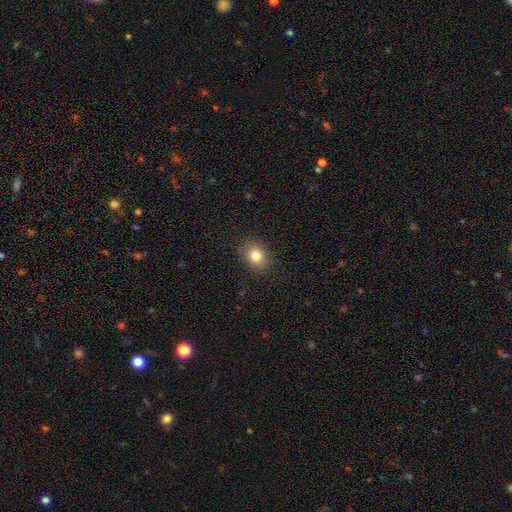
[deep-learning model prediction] This appears to be a smooth galaxy with no disk features (81%) that is in between round and cigar-shaped (50%). Merging: none (87%).